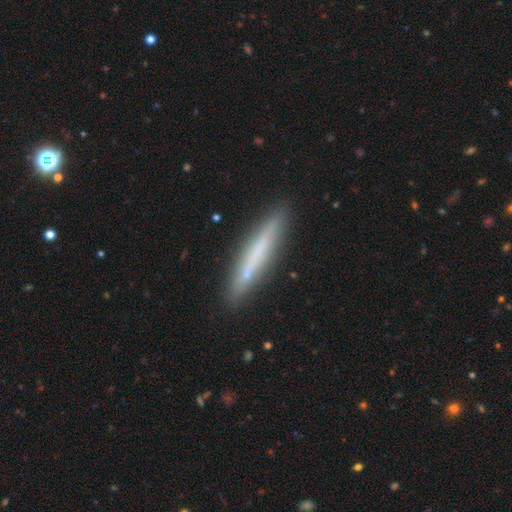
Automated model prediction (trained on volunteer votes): A smooth galaxy with no disk features (55%) that is cigar-shaped (94%). Merging: none (88%).